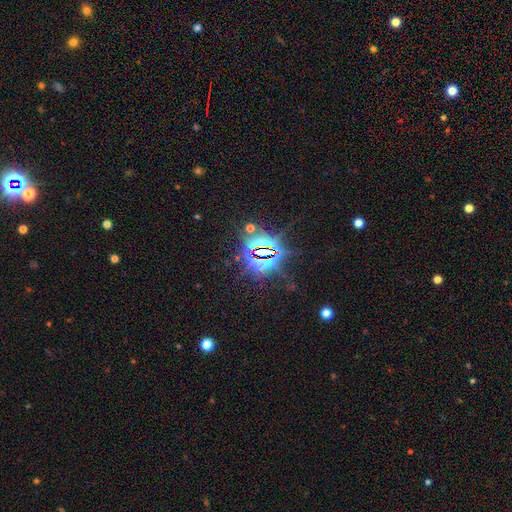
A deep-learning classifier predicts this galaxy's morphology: The model was most divided on "smooth or featured": star or artifact: 85%, smooth: 8%, featured or disk: 7%.